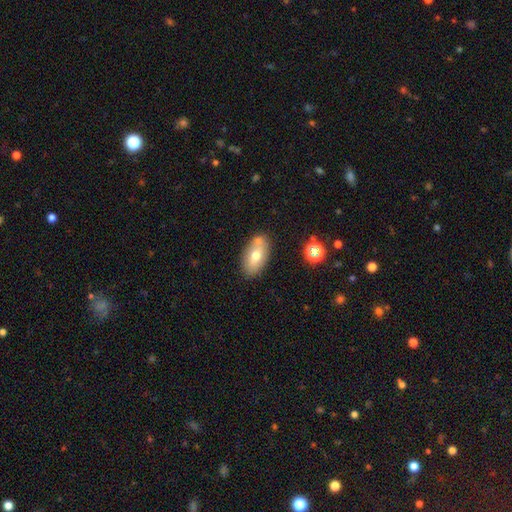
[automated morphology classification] type=smooth (67%); roundness=in between (91%); merging=none (70%).